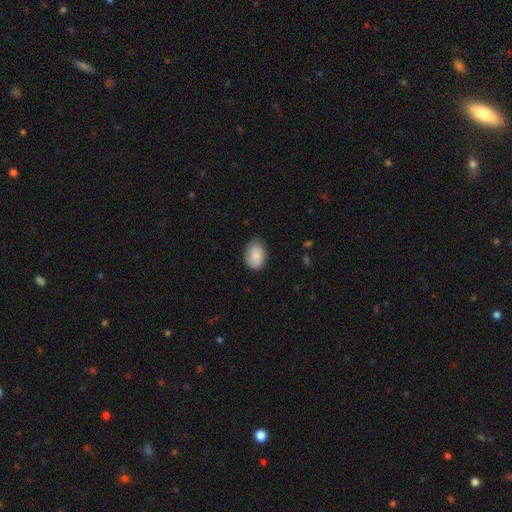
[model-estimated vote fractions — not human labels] smooth-or-featured: smooth: 85% | featured or disk: 8% | star or artifact: 7%
  how-rounded: in between: 79% | round: 20% | cigar-shaped: 1%
  merging: none: 73% | minor disturbance: 22% | major disturbance: 3% | merger: 1%